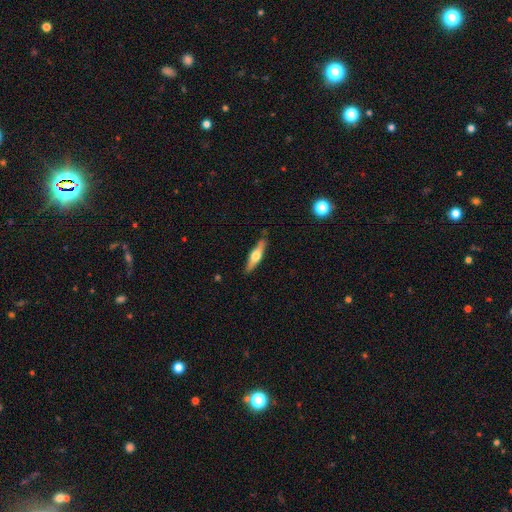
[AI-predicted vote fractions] A featured or disk galaxy (52%) viewed edge-on (94%). Merging: none (86%).